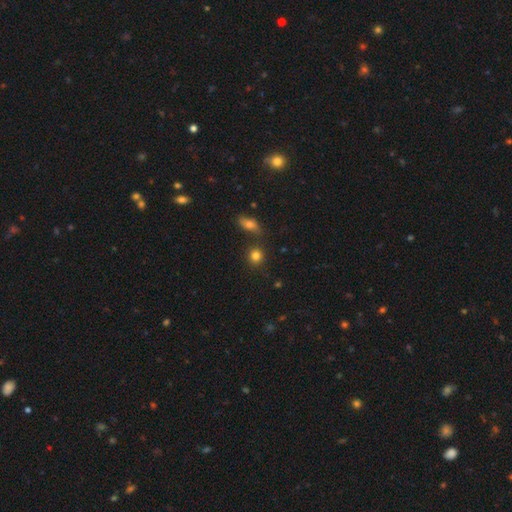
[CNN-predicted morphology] smooth-or-featured: smooth: 82% | star or artifact: 11% | featured or disk: 7%
  how-rounded: round: 82% | in between: 16% | cigar-shaped: 2%
  merging: none: 78% | merger: 10% | minor disturbance: 9% | major disturbance: 3%